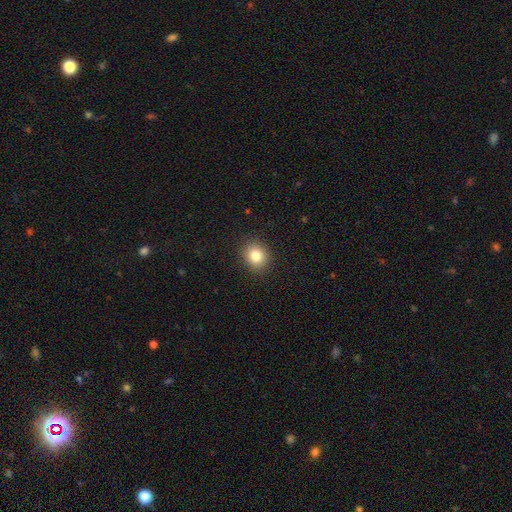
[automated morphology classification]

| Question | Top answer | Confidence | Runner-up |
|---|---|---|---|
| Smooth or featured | smooth | 82% | star or artifact (11%) |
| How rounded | round | 71% | in between (28%) |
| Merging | none | 90% | minor disturbance (7%) |